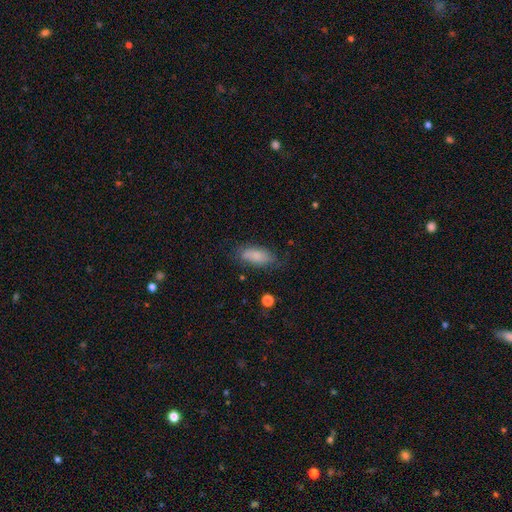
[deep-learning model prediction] Smooth or featured? Predicted: smooth (p=0.80). How rounded? Predicted: in between (p=0.82). Merging? Predicted: none (p=0.71).